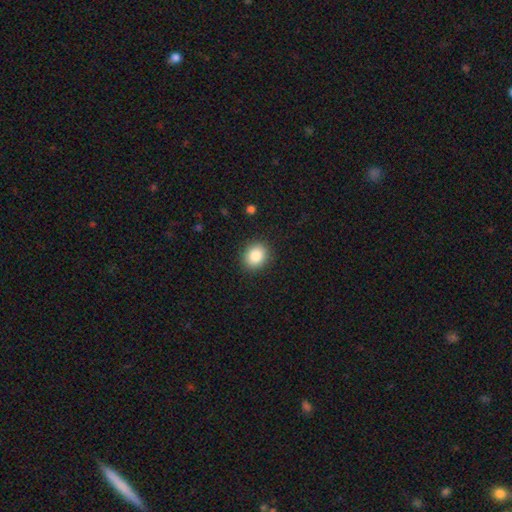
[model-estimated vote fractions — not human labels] Smooth or featured?
  - smooth: 86% *
  - star or artifact: 9%
  - featured or disk: 6%
How rounded?
  - round: 63% *
  - in between: 36%
  - cigar-shaped: 1%
Merging?
  - none: 89% *
  - minor disturbance: 7%
  - major disturbance: 2%
  - merger: 1%